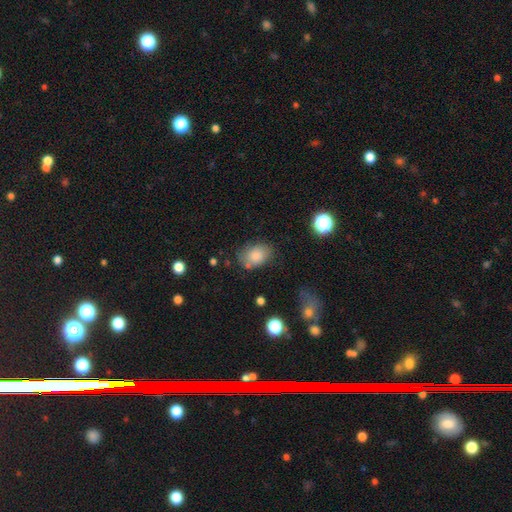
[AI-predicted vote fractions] The model was most divided on "merging": none: 67%, minor disturbance: 20%, major disturbance: 6%, merger: 6%. More confident: smooth or featured — smooth (80%); how rounded — in between (77%).